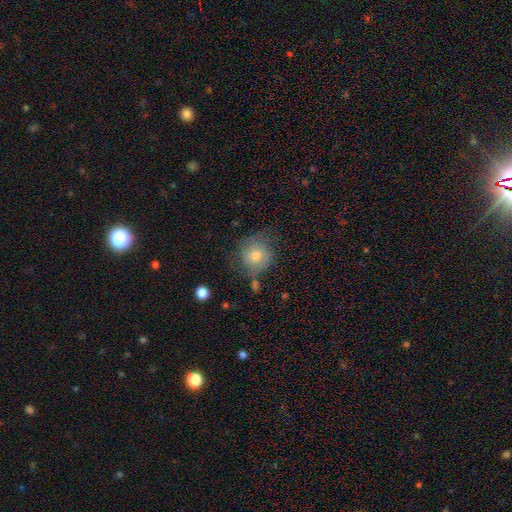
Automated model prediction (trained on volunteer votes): This is possibly a smooth galaxy (57%). How rounded: clearly round (87%). Merging: likely none (63%).